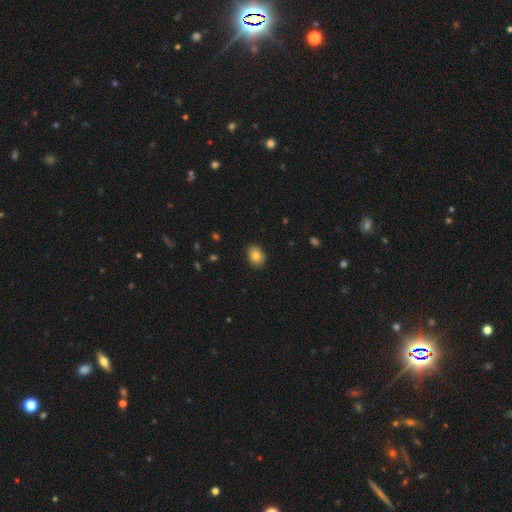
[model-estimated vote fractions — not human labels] A smooth galaxy with no disk features (83%) that is in between round and cigar-shaped (61%). Merging: none (89%).